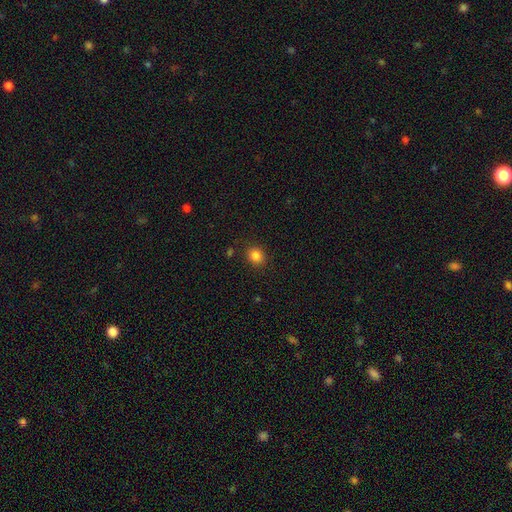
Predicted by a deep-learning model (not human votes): Smooth or featured? smooth (84%)
How rounded? round (70%)
Merging? none (86%)